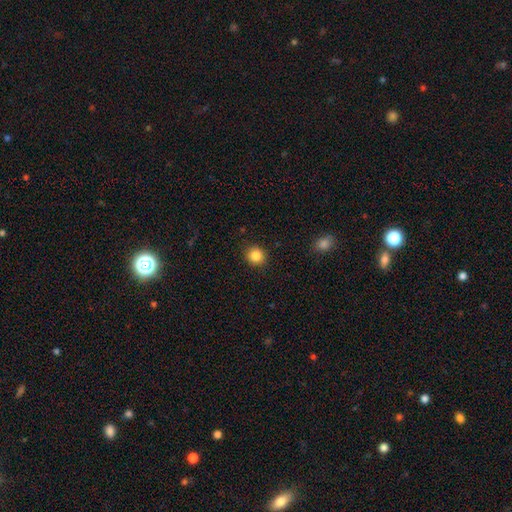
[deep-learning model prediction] A smooth galaxy with no disk features (85%) that is round (90%). Merging: none (91%).